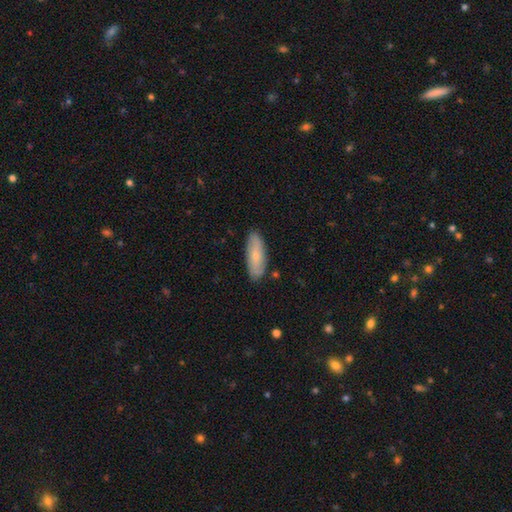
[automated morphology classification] Smooth or featured?
  - smooth: 60% *
  - featured or disk: 33%
  - star or artifact: 6%
How rounded?
  - in between: 66% *
  - cigar-shaped: 32%
  - round: 3%
Merging?
  - none: 85% *
  - minor disturbance: 11%
  - major disturbance: 2%
  - merger: 2%